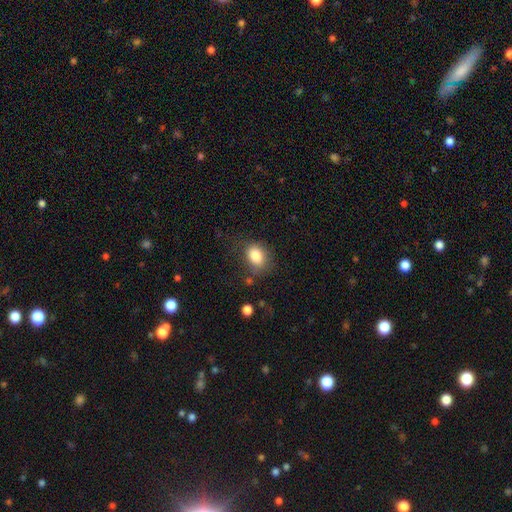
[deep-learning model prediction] smooth 84%, star or artifact 9%, featured or disk 7%. Down the decision tree: how rounded — in between (63%); merging — none (69%).